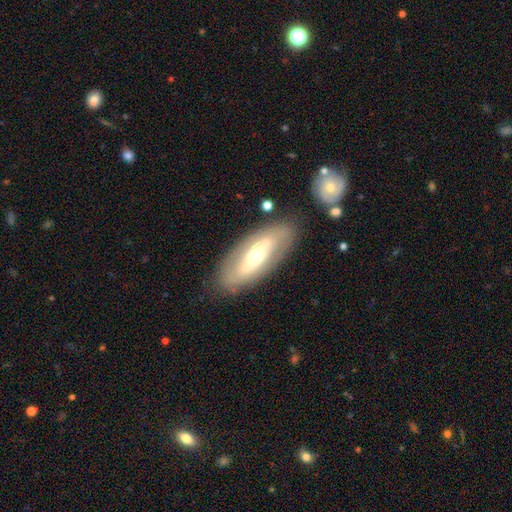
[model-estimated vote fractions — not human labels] A featured or disk galaxy (58%).

Vote fractions:
- Smooth or featured? featured or disk: 58% / smooth: 36% / star or artifact: 6%
- Edge-on disk? no: 81% / yes: 19%
- Merging? none: 81% / minor disturbance: 12% / major disturbance: 4% / merger: 3%